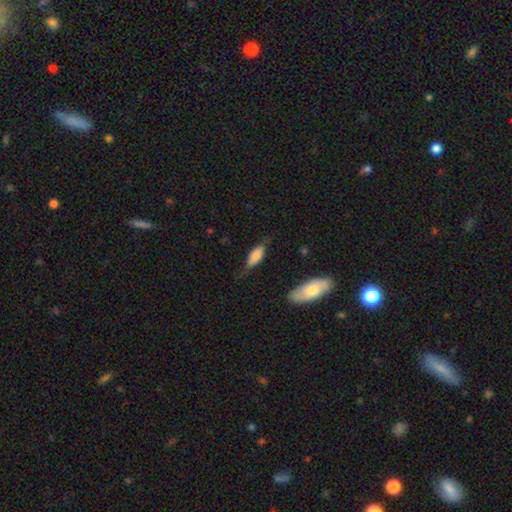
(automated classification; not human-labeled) A smooth galaxy with no disk features (78%) that is in between round and cigar-shaped (72%). Merging: none (54%).